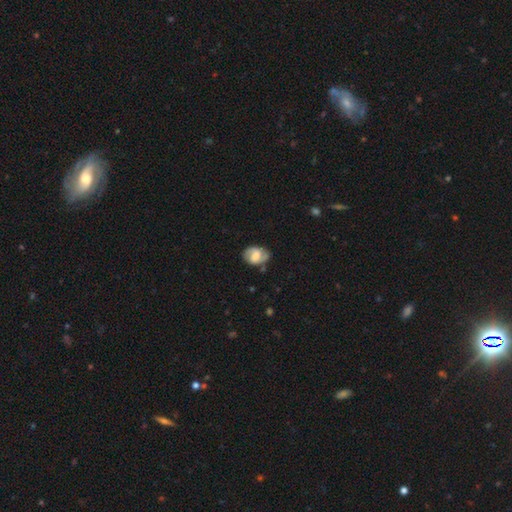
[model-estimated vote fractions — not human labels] A featured or disk galaxy (63%) with a weak bar (48%), 2 (85%) medium (47%) spiral arms (86%) and a moderate central bulge (38%). Merging: none (75%).